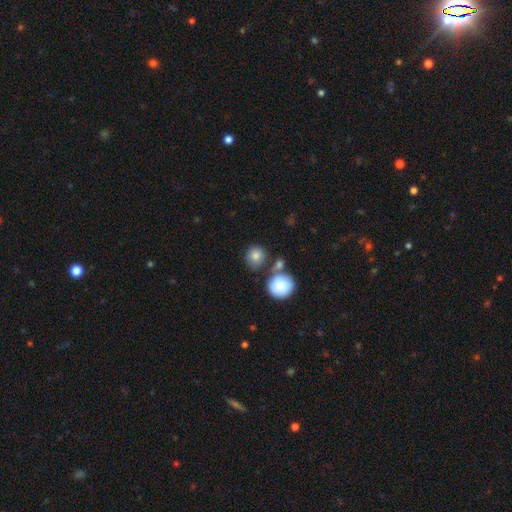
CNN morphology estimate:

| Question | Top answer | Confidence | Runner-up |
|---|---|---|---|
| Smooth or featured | smooth | 83% | star or artifact (9%) |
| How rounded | round | 90% | in between (9%) |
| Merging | none | 65% | merger (20%) |